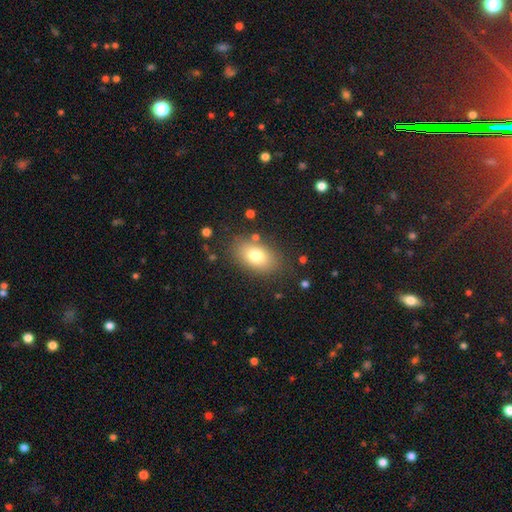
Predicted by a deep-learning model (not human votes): A smooth galaxy with no disk features (75%) that is in between round and cigar-shaped (85%). Merging: none (82%).